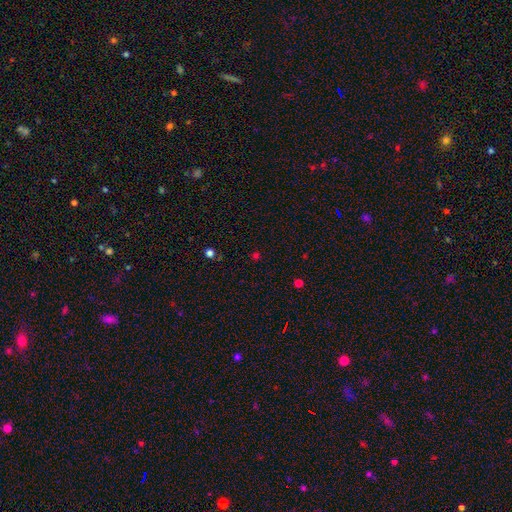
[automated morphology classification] smooth_or_featured: star or artifact (p=0.47) [tied with: smooth p=0.47]